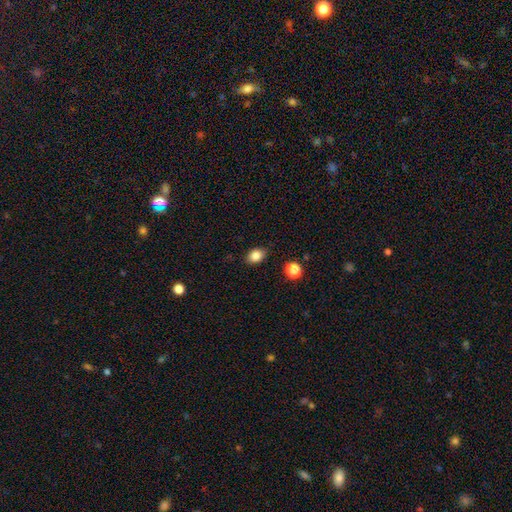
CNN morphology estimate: A smooth galaxy with no disk features (84%) that is in between round and cigar-shaped (71%). Merging: none (85%).